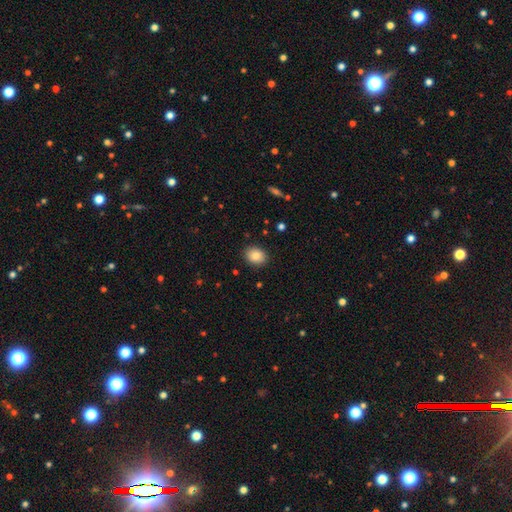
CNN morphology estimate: A smooth galaxy with no disk features (86%) that is in between round and cigar-shaped (54%).

Vote fractions:
- Smooth or featured? smooth: 86% / star or artifact: 9% / featured or disk: 5%
- How rounded? in between: 54% / round: 45% / cigar-shaped: 1%
- Merging? none: 89% / minor disturbance: 8% / major disturbance: 2% / merger: 1%